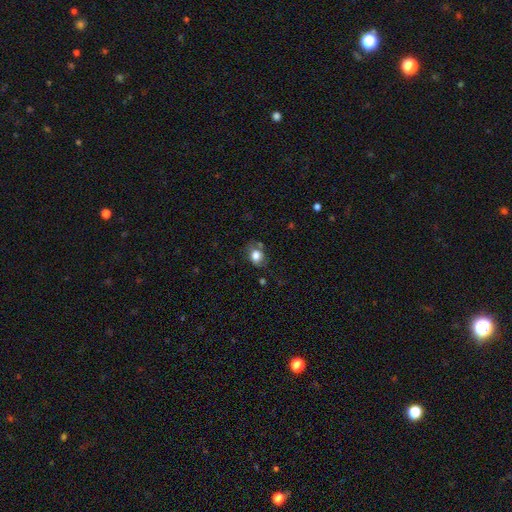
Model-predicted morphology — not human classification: A smooth galaxy with no disk features (78%) that is in between round and cigar-shaped (55%).

Vote fractions:
- Smooth or featured? smooth: 78% / featured or disk: 12% / star or artifact: 10%
- How rounded? in between: 55% / round: 44% / cigar-shaped: 1%
- Merging? none: 59% / minor disturbance: 25% / major disturbance: 9% / merger: 7%